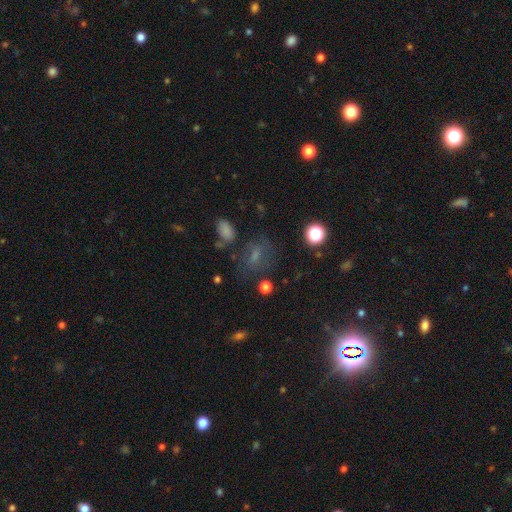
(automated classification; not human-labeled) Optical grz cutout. It shows a smooth galaxy with no disk features (47%). Merging: none (59%).